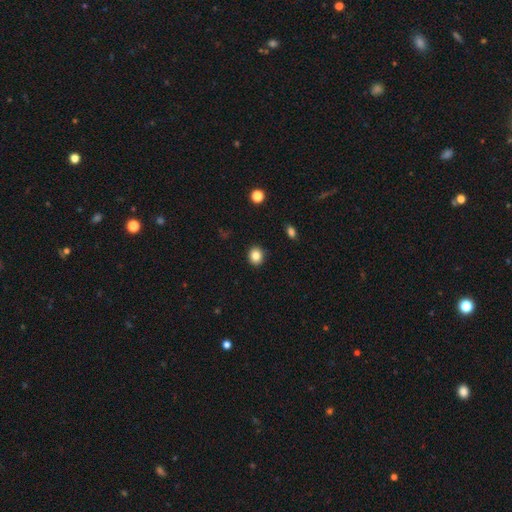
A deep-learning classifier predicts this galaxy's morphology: Smooth or featured? smooth (84%)
How rounded? round (70%)
Merging? none (91%)